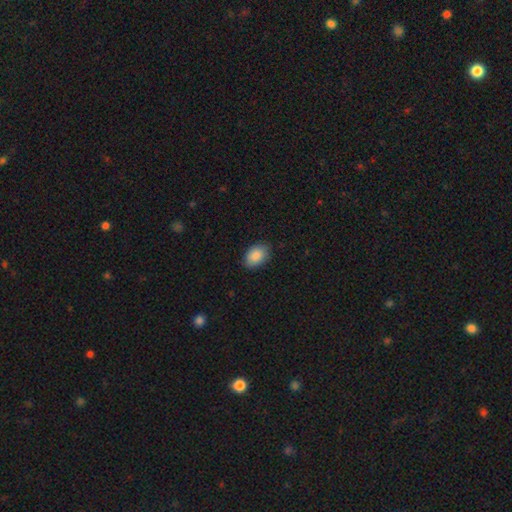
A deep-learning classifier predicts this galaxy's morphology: smooth-or-featured: smooth: 87% | star or artifact: 7% | featured or disk: 6%
  how-rounded: in between: 86% | round: 13% | cigar-shaped: 1%
  merging: none: 83% | minor disturbance: 13% | major disturbance: 2% | merger: 1%